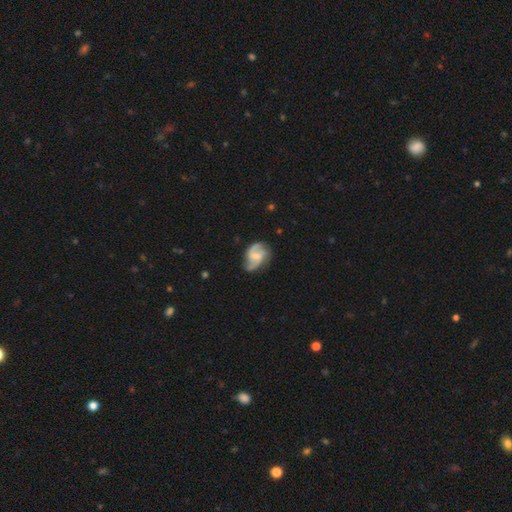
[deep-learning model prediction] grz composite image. It shows a featured or disk galaxy (78%) with a weak bar (50%), 2 (79%) medium (48%) spiral arms (94%) and a small central bulge (40%). Merging: none (61%).